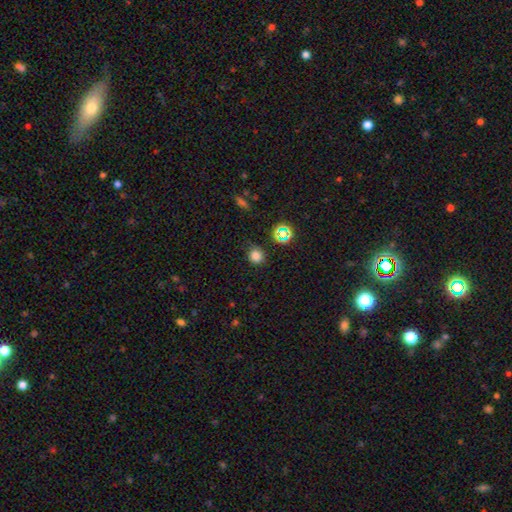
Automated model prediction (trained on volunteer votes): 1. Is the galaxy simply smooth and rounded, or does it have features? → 76% smooth, 18% star or artifact, 5% featured or disk.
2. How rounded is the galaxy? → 87% round, 12% in between, 1% cigar-shaped.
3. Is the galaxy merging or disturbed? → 77% none, 16% minor disturbance, 5% major disturbance, 2% merger.